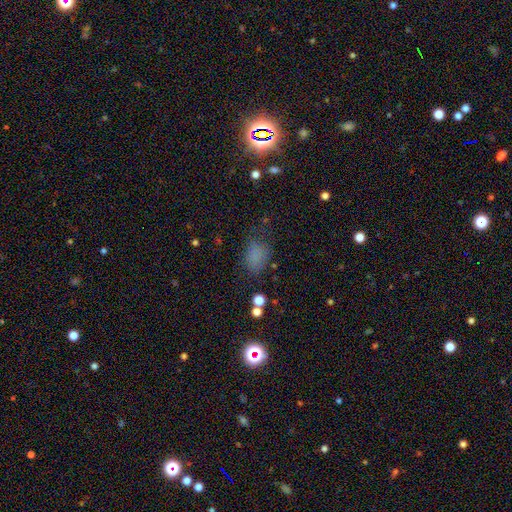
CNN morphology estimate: The model was most divided on "merging": none: 66%, minor disturbance: 22%, major disturbance: 10%, merger: 3%. More confident: how rounded — in between (77%); smooth or featured — smooth (73%).